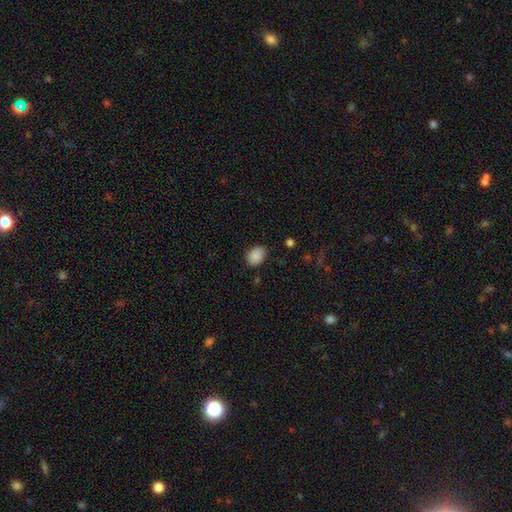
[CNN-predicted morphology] This is clearly a smooth galaxy (88%). How rounded: likely in between (71%). Merging: likely none (76%).